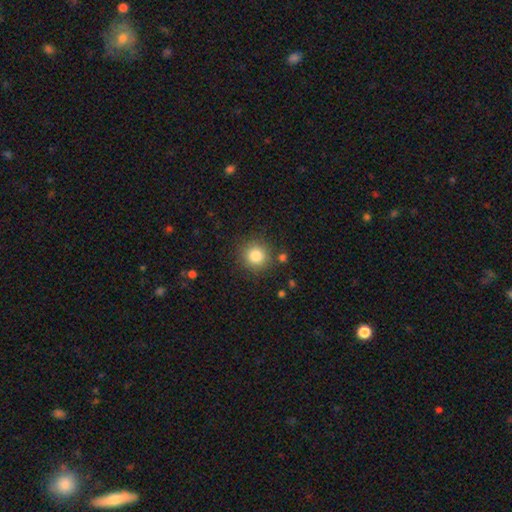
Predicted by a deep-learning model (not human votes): The model was most divided on "smooth or featured": smooth: 83%, star or artifact: 11%, featured or disk: 6%. More confident: how rounded — round (93%); merging — none (86%).